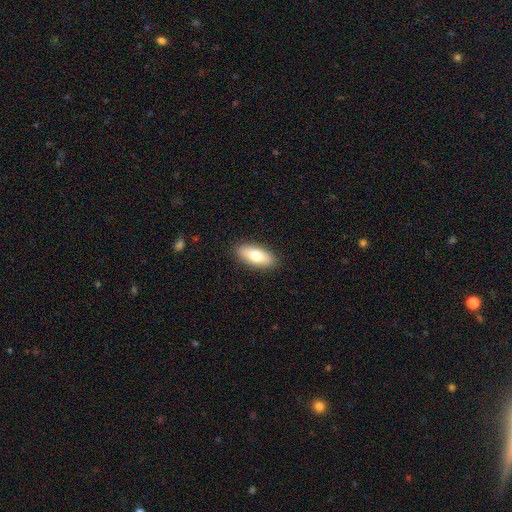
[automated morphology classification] Smooth or featured? Predicted: smooth (p=0.76). How rounded? Predicted: in between (p=0.82). Merging? Predicted: none (p=0.89).